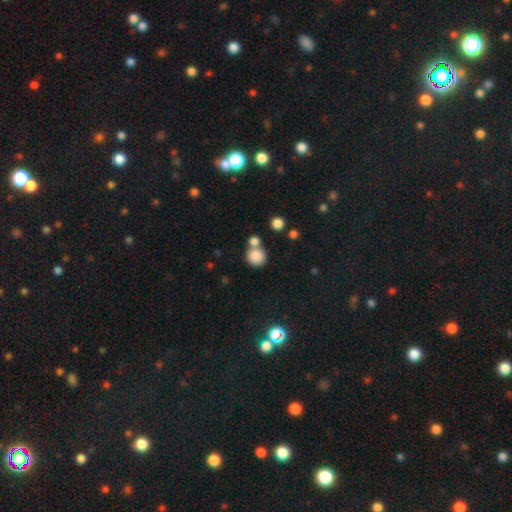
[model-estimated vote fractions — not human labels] A smooth galaxy with no disk features (84%) that is round (90%).

Vote fractions:
- Smooth or featured? smooth: 84% / star or artifact: 10% / featured or disk: 6%
- How rounded? round: 90% / in between: 9% / cigar-shaped: 1%
- Merging? none: 57% / merger: 31% / minor disturbance: 8% / major disturbance: 3%